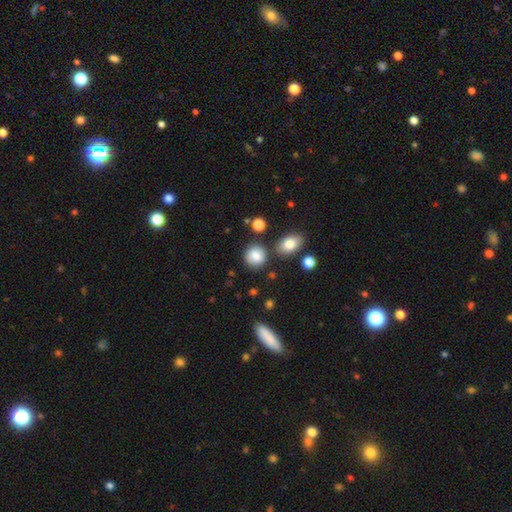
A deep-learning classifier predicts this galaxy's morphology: smooth 84%, star or artifact 9%, featured or disk 7%. Down the decision tree: how rounded — round (84%); merging — none (80%).